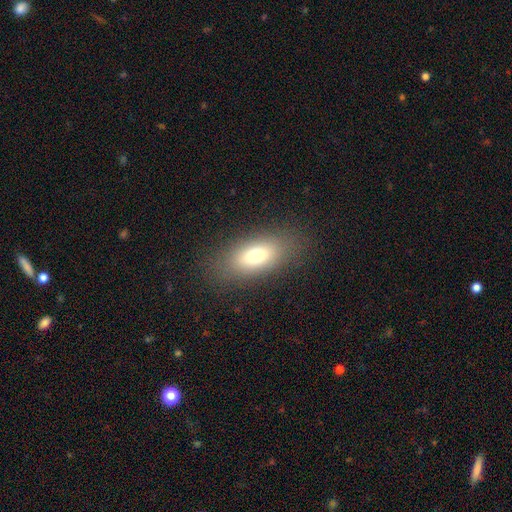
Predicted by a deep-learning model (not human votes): smooth_or_featured: smooth (p=0.73) [alt: featured or disk p=0.16]
how_rounded: in between (p=0.85) [alt: cigar-shaped p=0.09]
merging: none (p=0.83) [alt: minor disturbance p=0.10]